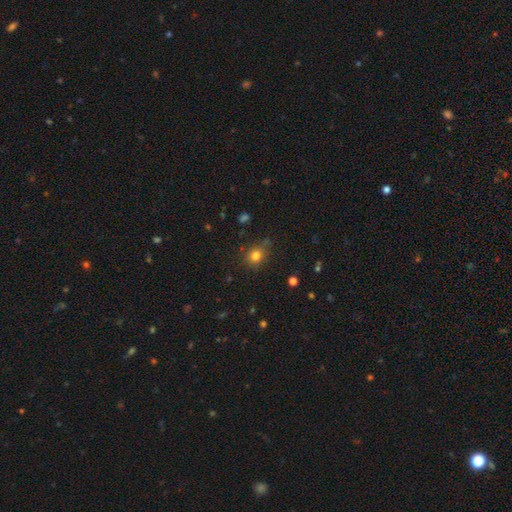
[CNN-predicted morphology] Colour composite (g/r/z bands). It shows a smooth galaxy with no disk features (79%) that is round (72%). Merging: none (80%).